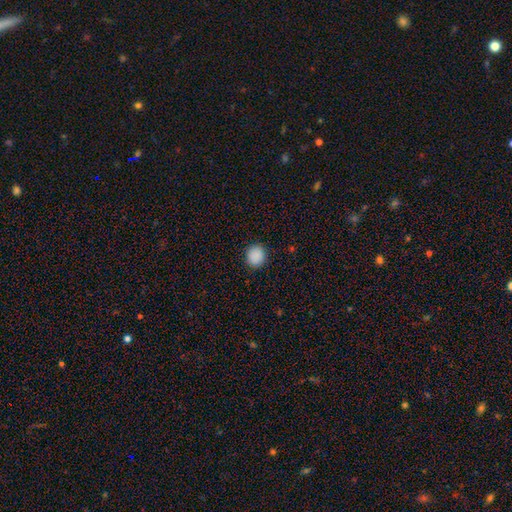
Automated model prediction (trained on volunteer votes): The model was most divided on "how rounded": round: 87%, in between: 12%, cigar-shaped: 1%. More confident: merging — none (91%); smooth or featured — smooth (89%).